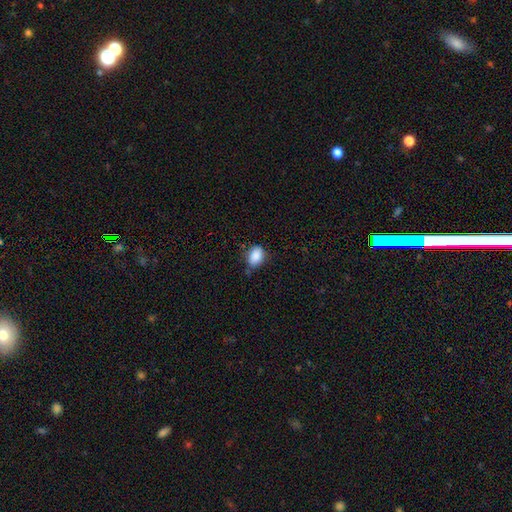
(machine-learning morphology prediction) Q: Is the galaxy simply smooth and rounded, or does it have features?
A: smooth — 88%.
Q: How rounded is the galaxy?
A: in between — 77%.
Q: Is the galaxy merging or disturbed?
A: none — 63%.